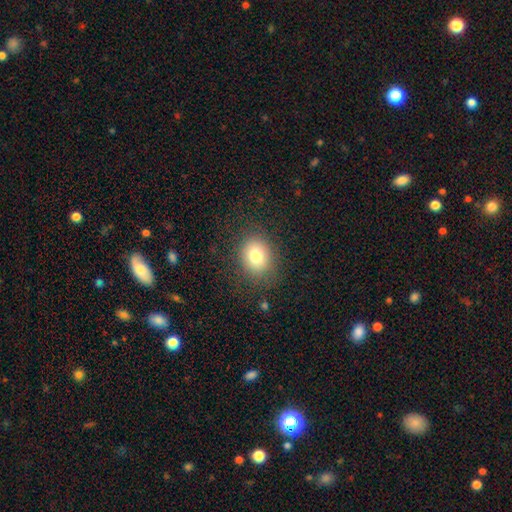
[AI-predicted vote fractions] Smooth or featured? smooth (78%)
How rounded? round (61%)
Merging? none (83%)